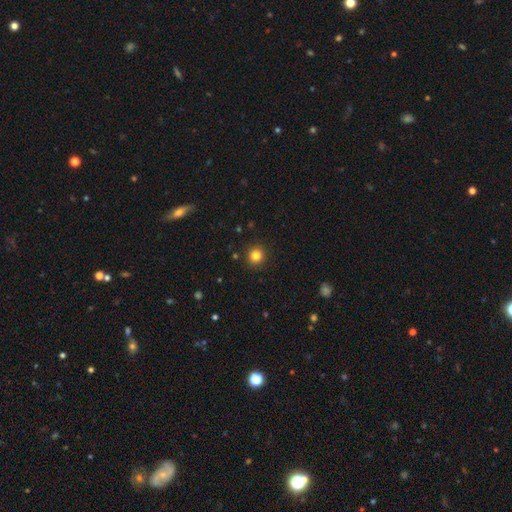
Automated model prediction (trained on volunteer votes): Smooth or featured? Predicted: smooth (p=0.82). How rounded? Predicted: round (p=0.93). Merging? Predicted: none (p=0.92).